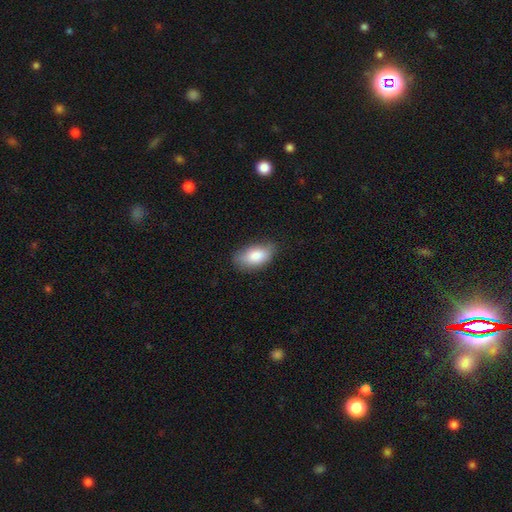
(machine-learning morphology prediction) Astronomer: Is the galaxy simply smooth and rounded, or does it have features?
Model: smooth — 84%.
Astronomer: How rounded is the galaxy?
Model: in between — 92%.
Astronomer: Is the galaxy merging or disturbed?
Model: none — 76%.